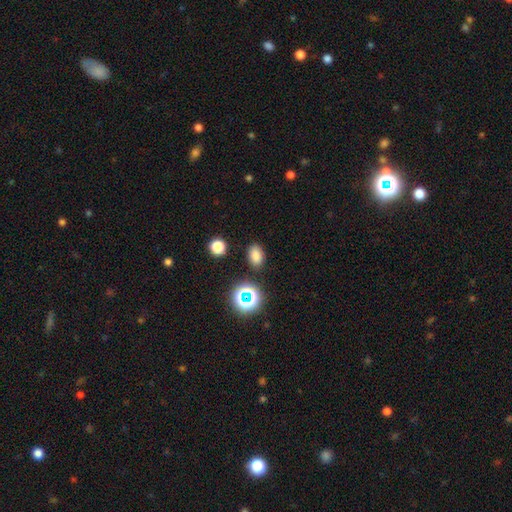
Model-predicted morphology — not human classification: Q: Smooth or featured?
A: smooth (76%); runner-up: star or artifact (18%)
Q: How rounded?
A: in between (78%); runner-up: round (21%)
Q: Merging?
A: none (85%); runner-up: minor disturbance (10%)